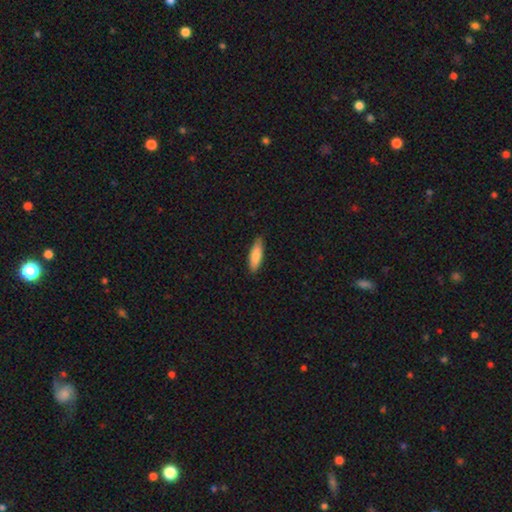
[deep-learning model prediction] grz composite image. It shows a smooth galaxy with no disk features (82%) that is cigar-shaped (51%). Merging: none (86%).